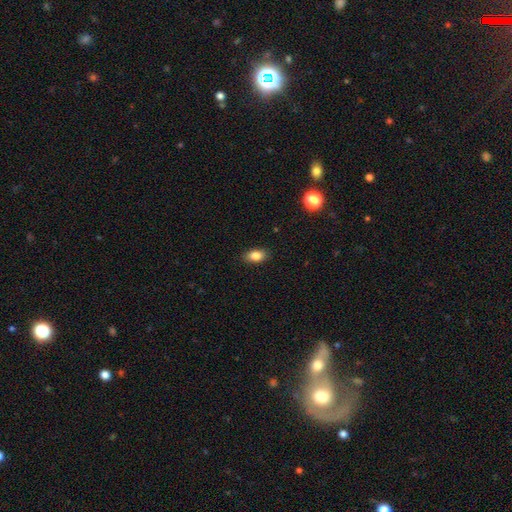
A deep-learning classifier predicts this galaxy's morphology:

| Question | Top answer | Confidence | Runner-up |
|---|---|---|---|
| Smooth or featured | smooth | 84% | star or artifact (9%) |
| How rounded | in between | 88% | round (9%) |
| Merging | none | 88% | minor disturbance (9%) |